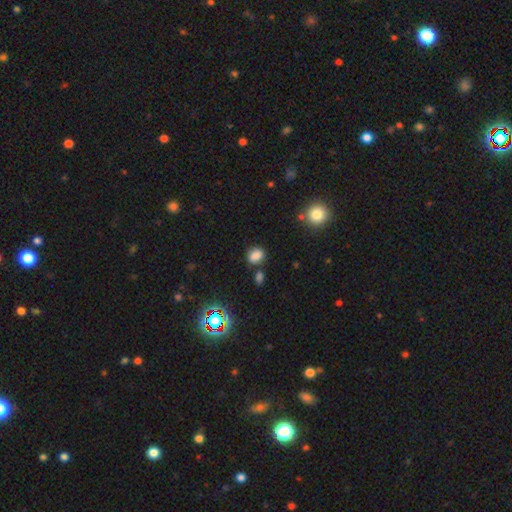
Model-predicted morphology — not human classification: smooth 79%, star or artifact 16%, featured or disk 6%. Down the decision tree: how rounded — in between (52%); merging — none (72%).